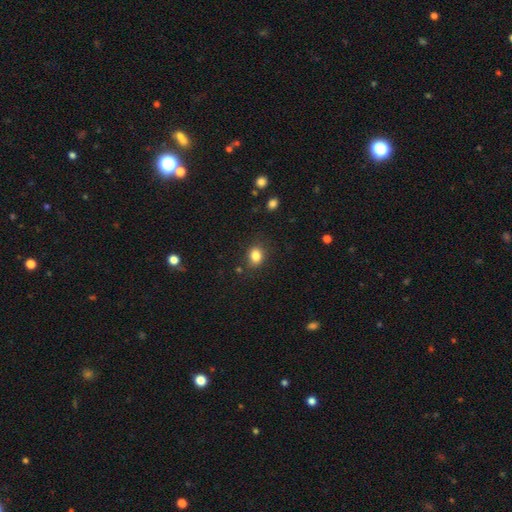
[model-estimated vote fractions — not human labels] Smooth or featured: smooth — 84% (star or artifact — 11%)
How rounded: round — 50% (in between — 49%)
Merging: none — 81% (minor disturbance — 13%)